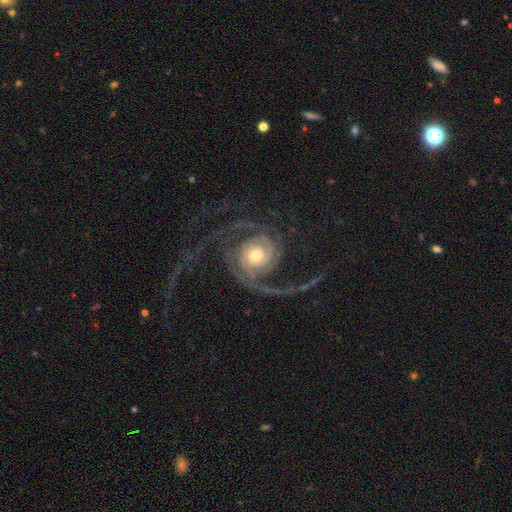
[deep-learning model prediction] Smooth or featured? featured or disk (91%)
Edge-on disk? no (98%)
Bar? no (74%)
Spiral arms? yes (98%)
Spiral winding? medium (39%)
Spiral arm count? 2 (63%)
Bulge size? moderate (57%)
Merging? none (60%)